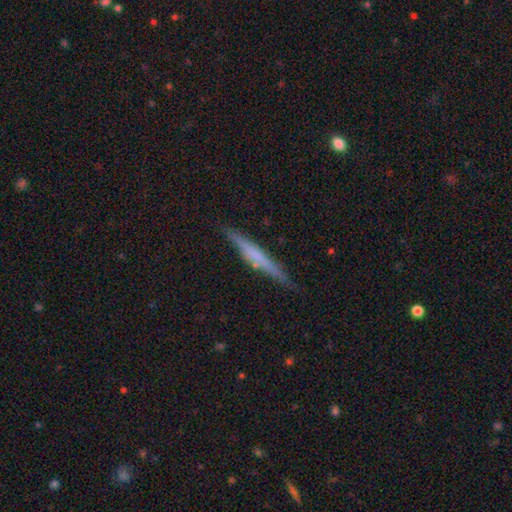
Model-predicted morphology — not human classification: The model was most divided on "smooth or featured": featured or disk: 56%, smooth: 37%, star or artifact: 7%. More confident: edge-on disk — yes (97%); merging — none (87%); edge-on bulge — none (57%).